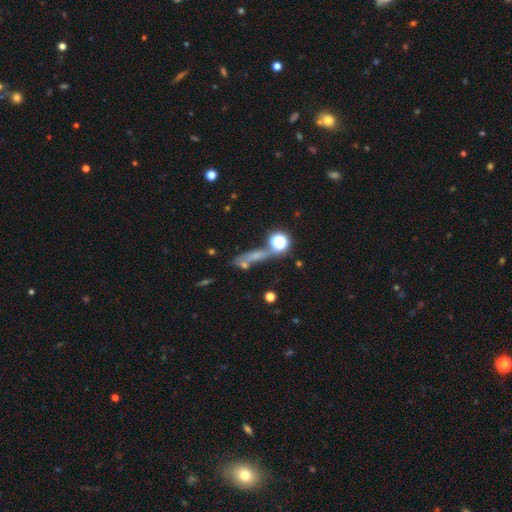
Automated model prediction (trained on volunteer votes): Overall: smooth (44%; star or artifact 30%). Merging: none (51%; merger 21%).